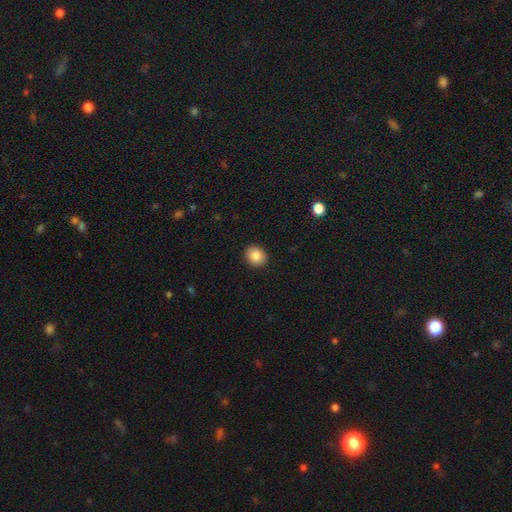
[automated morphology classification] Overall: smooth (87%). How rounded: round (66%; in between 34%). Merging: none (91%).